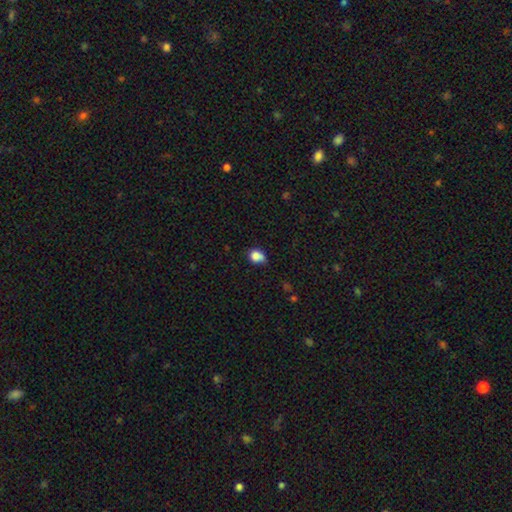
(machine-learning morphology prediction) Smooth or featured: smooth — 82% (star or artifact — 10%)
How rounded: round — 52% (in between — 47%)
Merging: none — 43% (minor disturbance — 39%)